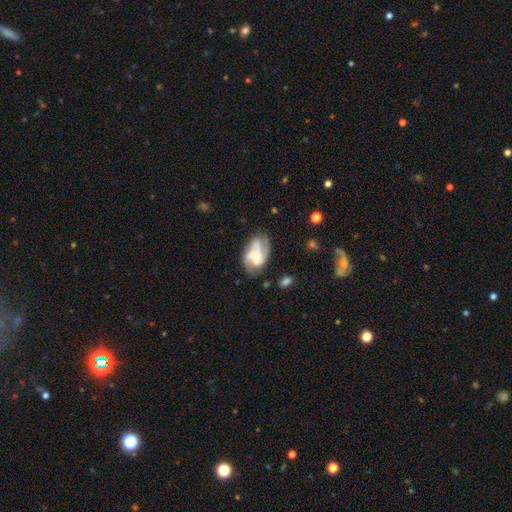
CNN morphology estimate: This is likely a featured or disk galaxy (75%). It is clearly not viewed edge-on (97%). Bar: possibly no (54%). Spiral arm pattern: clearly yes (93%). Spiral arm count: marginally 3 (39%). Spiral winding: possibly medium (49%). Central bulge: marginally small (36%). Merging: likely none (63%).